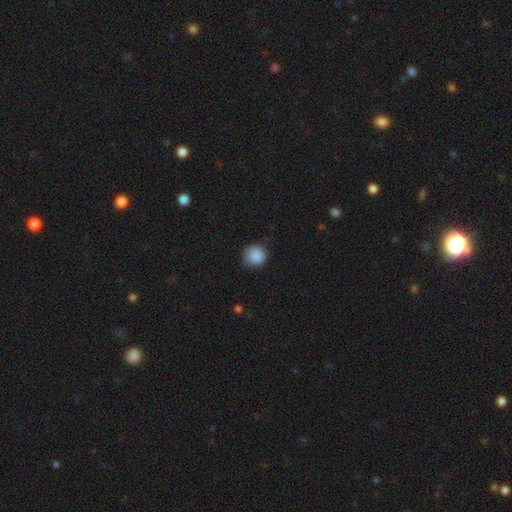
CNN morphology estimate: This is clearly a smooth galaxy (88%). How rounded: clearly round (92%). Merging: clearly none (81%).